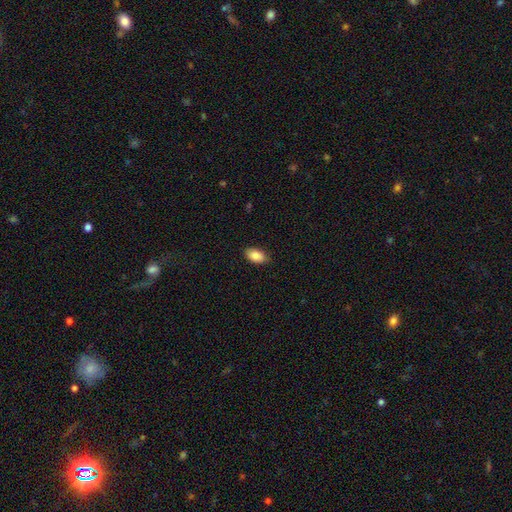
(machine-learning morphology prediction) smooth_or_featured: smooth (p=0.87) [alt: star or artifact p=0.07]
how_rounded: in between (p=0.94) [alt: round p=0.04]
merging: none (p=0.85) [alt: minor disturbance p=0.12]